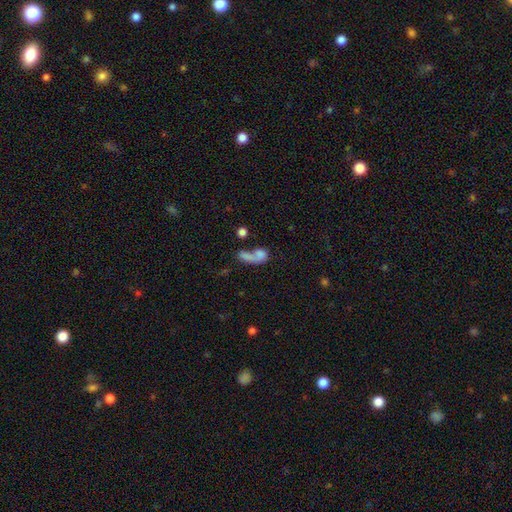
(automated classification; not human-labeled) Smooth or featured?
  - smooth: 62% *
  - featured or disk: 23%
  - star or artifact: 15%
How rounded?
  - in between: 56% *
  - round: 28%
  - cigar-shaped: 16%
Merging?
  - merger: 48% *
  - none: 26%
  - major disturbance: 17%
  - minor disturbance: 9%